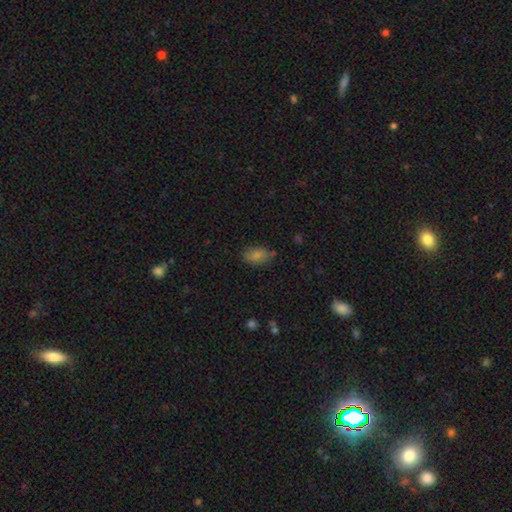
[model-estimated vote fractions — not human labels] Morphology: type=smooth (73%); roundness=in between (88%); merging=none (74%).